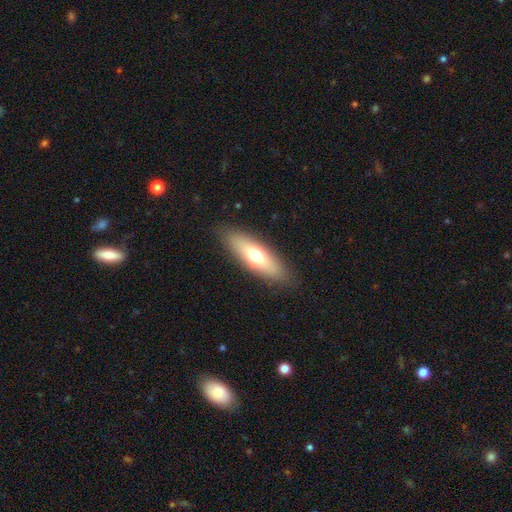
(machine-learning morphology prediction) Smooth or featured?
  - smooth: 65% *
  - featured or disk: 28%
  - star or artifact: 7%
How rounded?
  - in between: 55% *
  - cigar-shaped: 43%
  - round: 2%
Merging?
  - none: 86% *
  - minor disturbance: 10%
  - major disturbance: 3%
  - merger: 1%